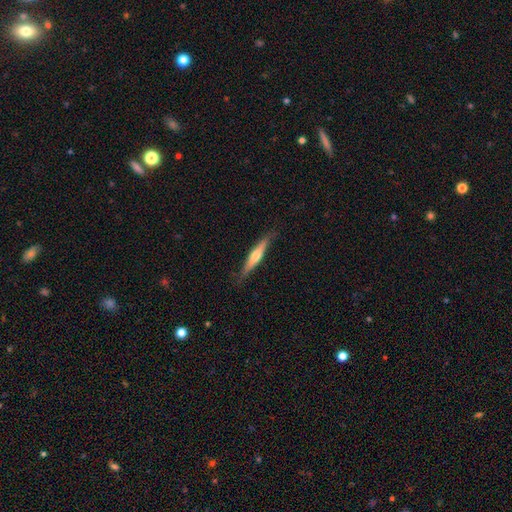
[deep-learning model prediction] Q: Smooth or featured?
A: featured or disk (52%); runner-up: smooth (42%)
Q: Edge-on disk?
A: yes (95%); runner-up: no (5%)
Q: Merging?
A: none (83%); runner-up: minor disturbance (13%)